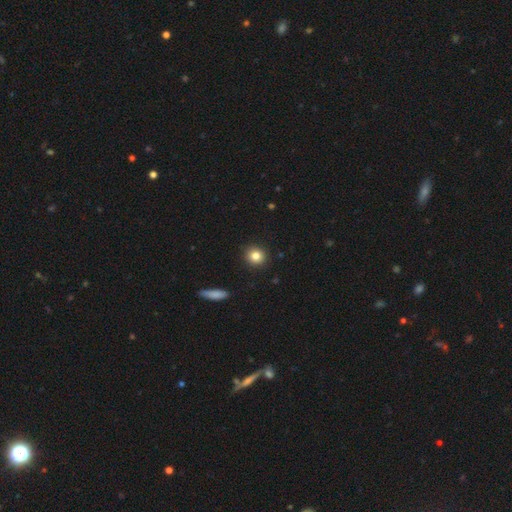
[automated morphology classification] Smooth or featured? Predicted: smooth (p=0.84). How rounded? Predicted: round (p=0.86). Merging? Predicted: none (p=0.91).